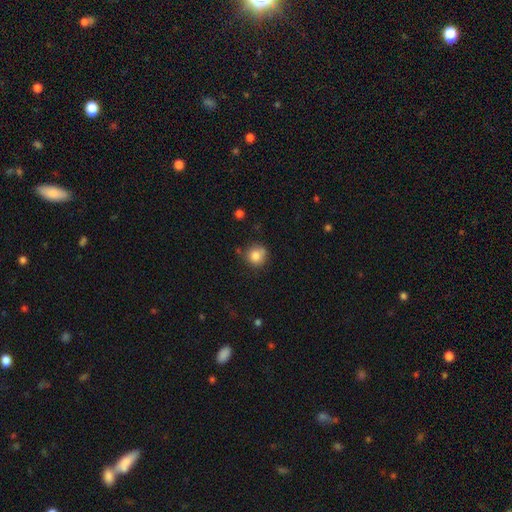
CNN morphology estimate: Overall: smooth (82%). How rounded: round (88%). Merging: none (69%).